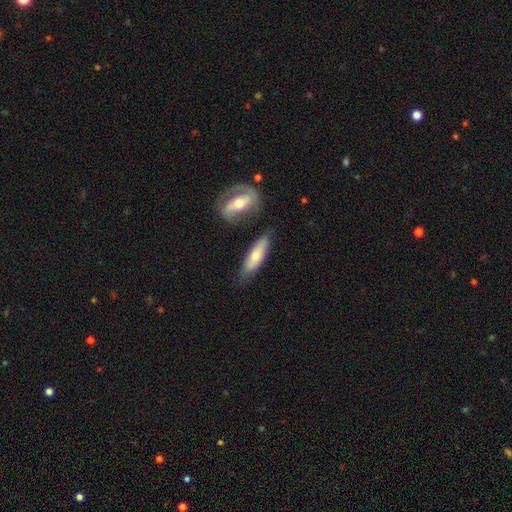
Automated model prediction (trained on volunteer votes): Overall: smooth (66%; featured or disk 28%). How rounded: cigar-shaped (56%; in between 41%). Merging: none (68%).